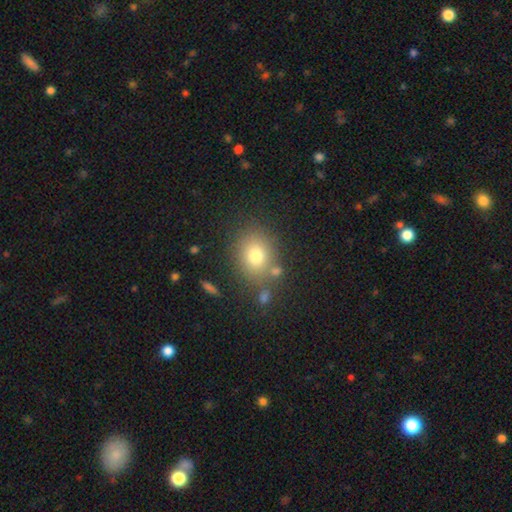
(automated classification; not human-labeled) Q: Smooth or featured?
A: smooth (75%); runner-up: star or artifact (13%)
Q: How rounded?
A: round (58%); runner-up: in between (41%)
Q: Merging?
A: none (76%); runner-up: minor disturbance (12%)